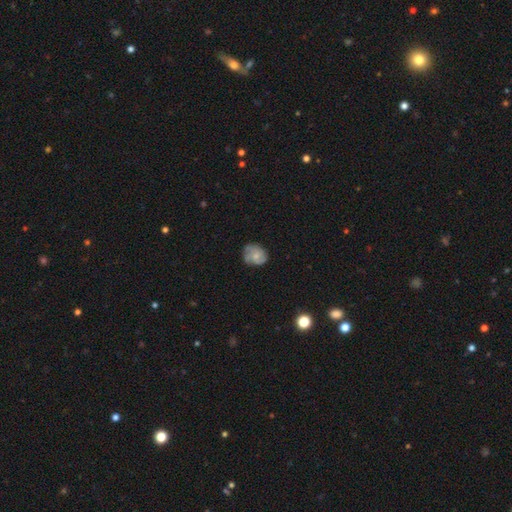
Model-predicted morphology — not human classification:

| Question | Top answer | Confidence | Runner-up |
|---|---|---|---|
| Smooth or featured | smooth | 46% | tied: featured or disk (46%) |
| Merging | none | 62% | minor disturbance (27%) |